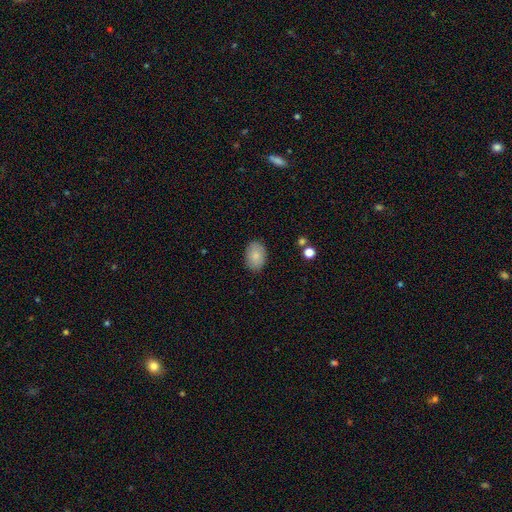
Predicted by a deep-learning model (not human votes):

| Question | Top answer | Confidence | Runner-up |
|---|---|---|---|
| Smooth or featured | smooth | 84% | featured or disk (9%) |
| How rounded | in between | 83% | round (16%) |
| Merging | none | 86% | minor disturbance (10%) |